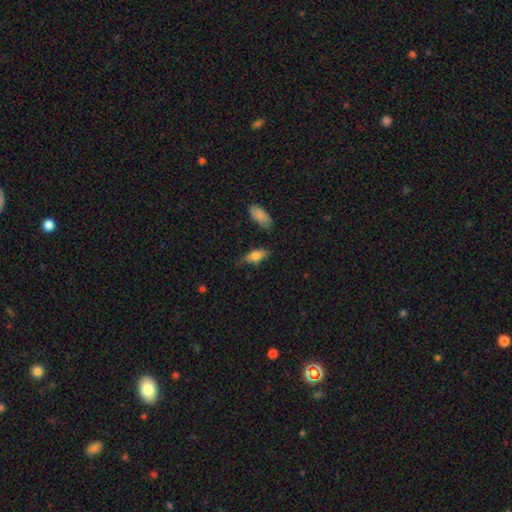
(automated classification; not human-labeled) Overall: smooth (72%). How rounded: in between (77%). Merging: none (68%).